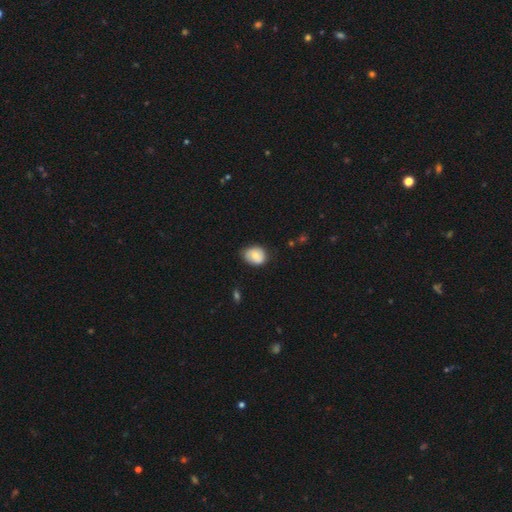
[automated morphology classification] Smooth or featured? smooth (67%)
How rounded? in between (50%)
Merging? none (71%)